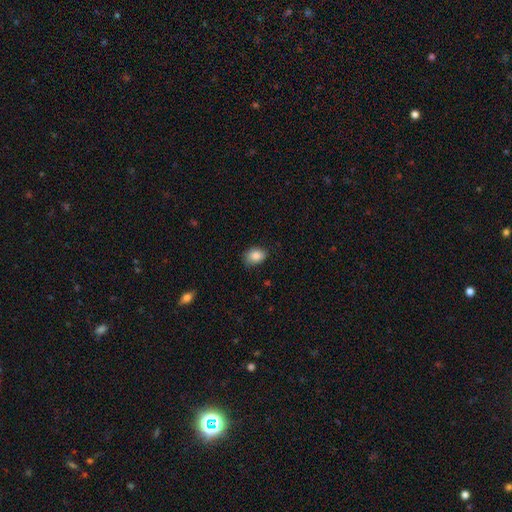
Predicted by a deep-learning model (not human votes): A smooth galaxy with no disk features (86%) that is in between round and cigar-shaped (70%). Merging: none (71%).